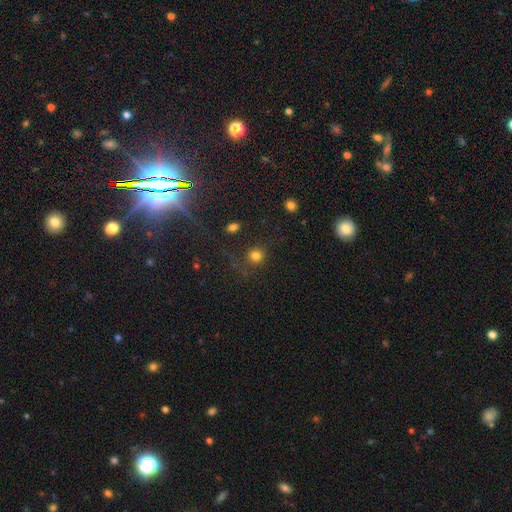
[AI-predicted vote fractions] This is clearly a smooth galaxy (80%). How rounded: clearly round (89%). Merging: likely none (79%).